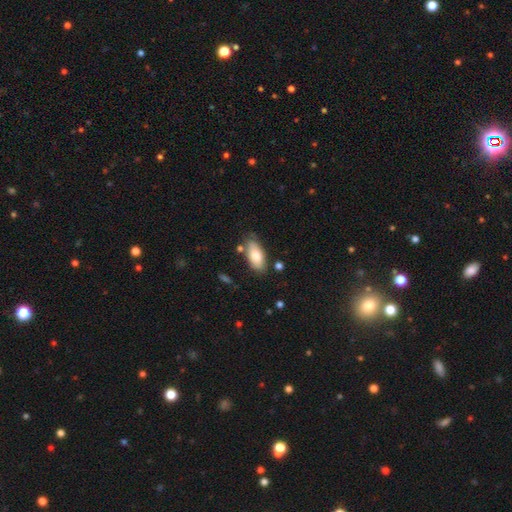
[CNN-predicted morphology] Q: Smooth or featured?
A: smooth (76%); runner-up: featured or disk (18%)
Q: How rounded?
A: in between (90%); runner-up: cigar-shaped (7%)
Q: Merging?
A: none (75%); runner-up: minor disturbance (17%)